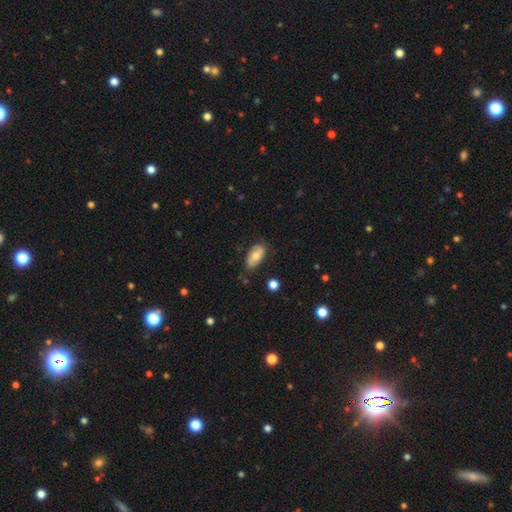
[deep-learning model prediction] This is likely a smooth galaxy (65%). How rounded: clearly in between (92%). Merging: likely none (72%).